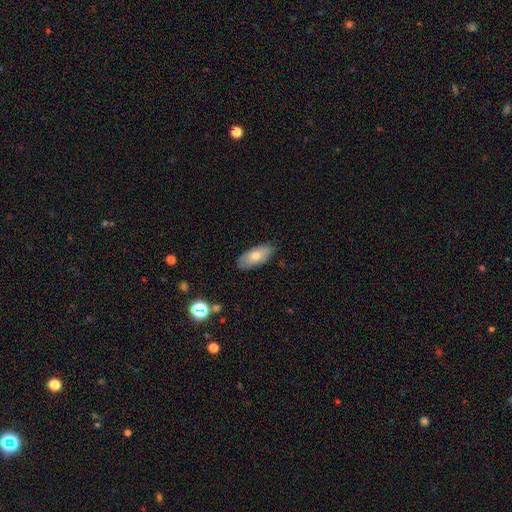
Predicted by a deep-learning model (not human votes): smooth 68%, featured or disk 25%, star or artifact 7%. Down the decision tree: how rounded — in between (88%); merging — none (84%).